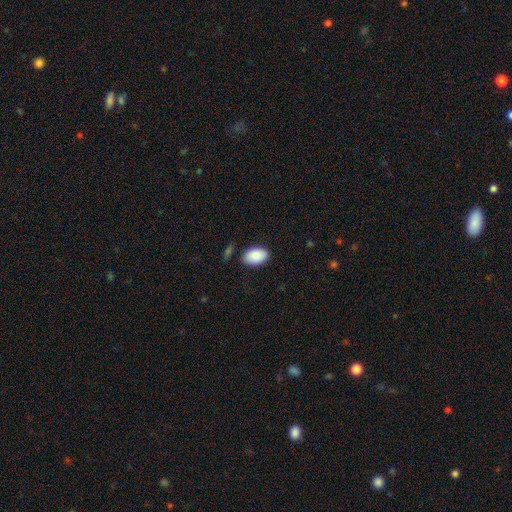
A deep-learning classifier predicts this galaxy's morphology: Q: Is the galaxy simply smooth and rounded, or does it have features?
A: smooth — 90%.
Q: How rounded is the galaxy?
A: in between — 91%.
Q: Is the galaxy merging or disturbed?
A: none — 82%.